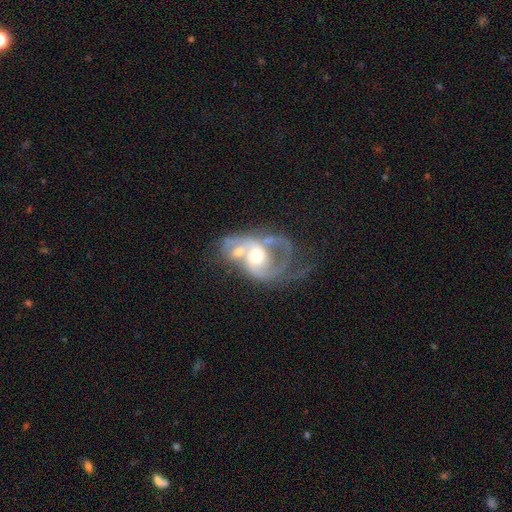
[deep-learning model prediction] Overall: featured or disk (77%). Edge-on disk: no (97%). Bar: no (69%). Spiral arms: yes (81%). Spiral arm count: 2 (47%; 1 30%). Spiral winding: medium (42%; loose 34%). Bulge size: moderate (67%). Merging: merger (60%; major disturbance 21%).